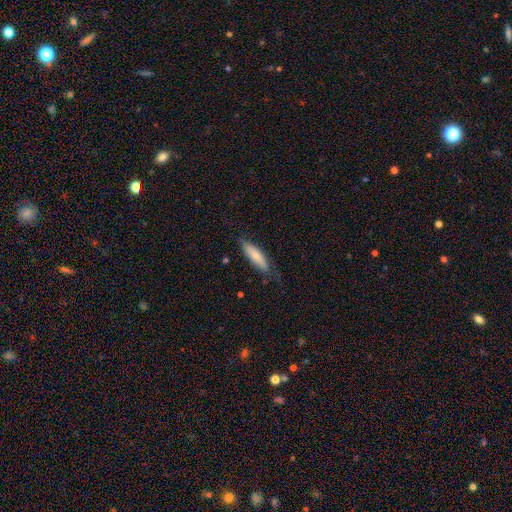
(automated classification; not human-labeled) This is likely a smooth galaxy (73%). How rounded: likely cigar-shaped (64%). Merging: likely none (67%).